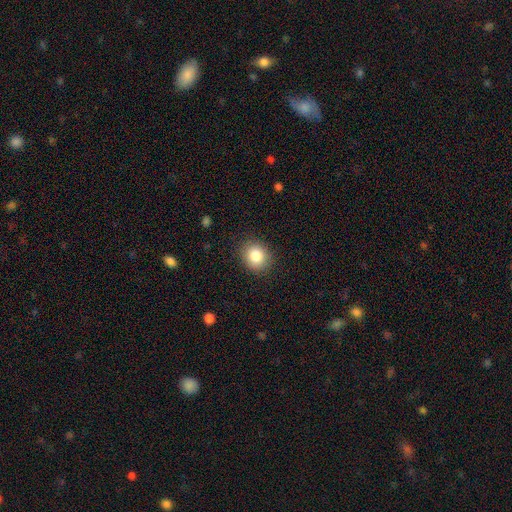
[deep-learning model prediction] smooth_or_featured: smooth (p=0.84) [alt: star or artifact p=0.09]
how_rounded: round (p=0.72) [alt: in between p=0.27]
merging: none (p=0.88) [alt: minor disturbance p=0.09]